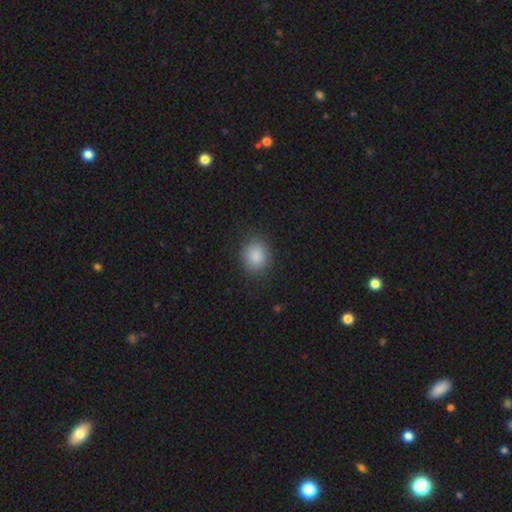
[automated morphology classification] smooth 88%, star or artifact 9%, featured or disk 4%. Down the decision tree: how rounded — round (68%); merging — none (86%).